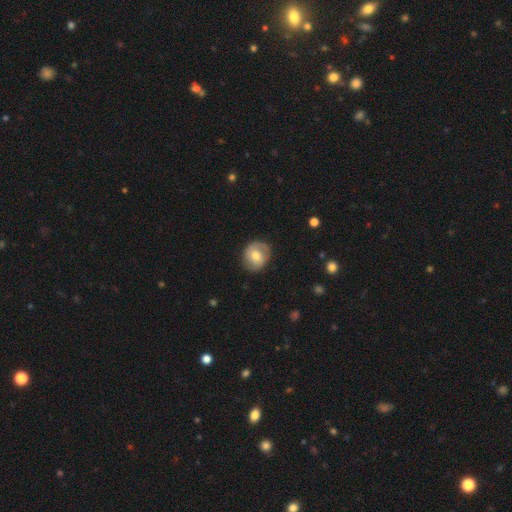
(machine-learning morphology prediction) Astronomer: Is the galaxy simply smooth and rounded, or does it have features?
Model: smooth — 53% (runner-up: featured or disk, 40%).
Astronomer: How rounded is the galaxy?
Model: round — 74%.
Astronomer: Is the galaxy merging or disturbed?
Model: none — 77%.